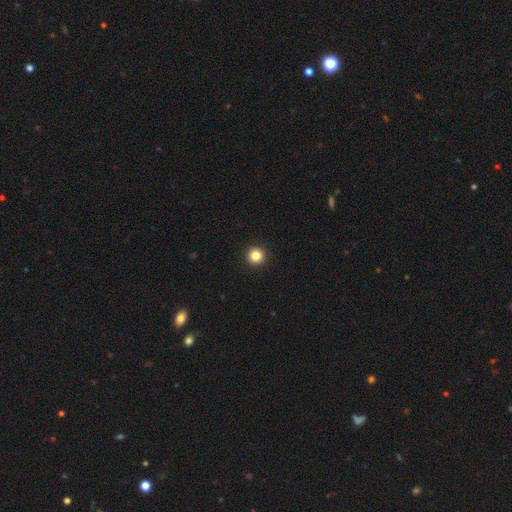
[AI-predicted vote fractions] smooth 85%, star or artifact 11%, featured or disk 4%. Down the decision tree: how rounded — round (96%); merging — none (94%).